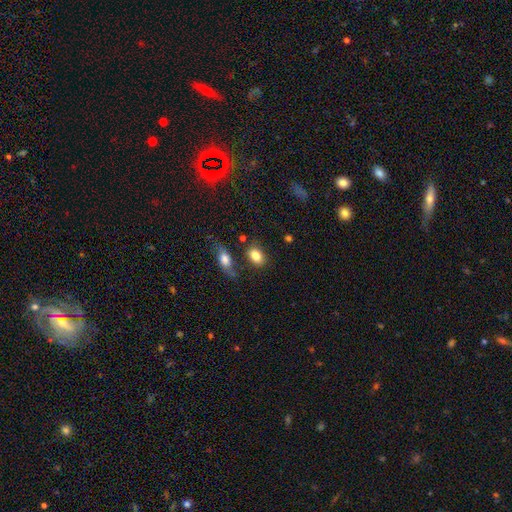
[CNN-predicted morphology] Smooth or featured?
  - smooth: 83% *
  - star or artifact: 9%
  - featured or disk: 9%
How rounded?
  - in between: 76% *
  - round: 22%
  - cigar-shaped: 2%
Merging?
  - none: 72% *
  - minor disturbance: 14%
  - merger: 10%
  - major disturbance: 4%